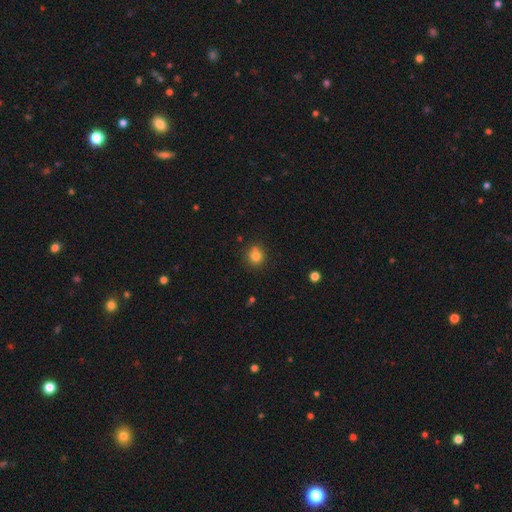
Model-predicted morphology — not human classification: A smooth galaxy with no disk features (81%) that is round (87%).

Vote fractions:
- Smooth or featured? smooth: 81% / star or artifact: 13% / featured or disk: 6%
- How rounded? round: 87% / in between: 12% / cigar-shaped: 1%
- Merging? none: 74% / minor disturbance: 13% / merger: 9% / major disturbance: 3%